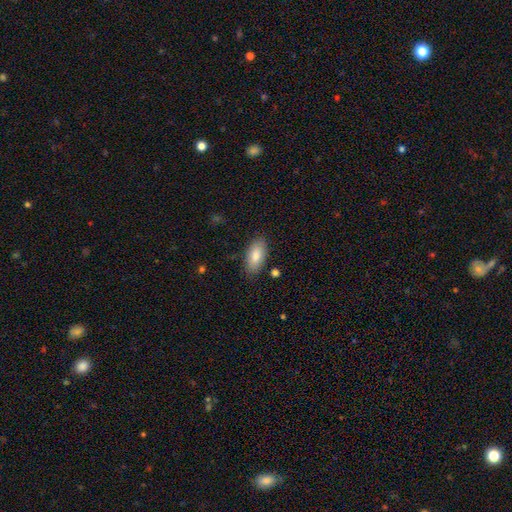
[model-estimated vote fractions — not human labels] Smooth or featured? smooth (86%)
How rounded? in between (91%)
Merging? none (84%)